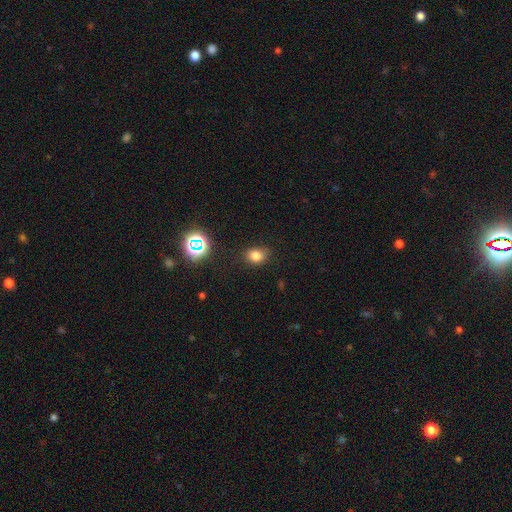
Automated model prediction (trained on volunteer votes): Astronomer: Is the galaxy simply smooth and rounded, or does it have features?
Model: smooth — 78%.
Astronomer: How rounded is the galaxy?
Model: round — 51% (runner-up: in between, 48%).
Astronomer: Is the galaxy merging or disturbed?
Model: none — 82%.